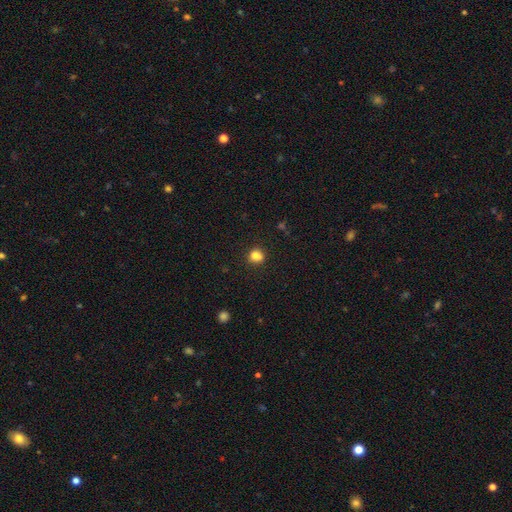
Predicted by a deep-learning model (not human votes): smooth 82%, star or artifact 12%, featured or disk 6%. Down the decision tree: how rounded — round (67%); merging — none (73%).